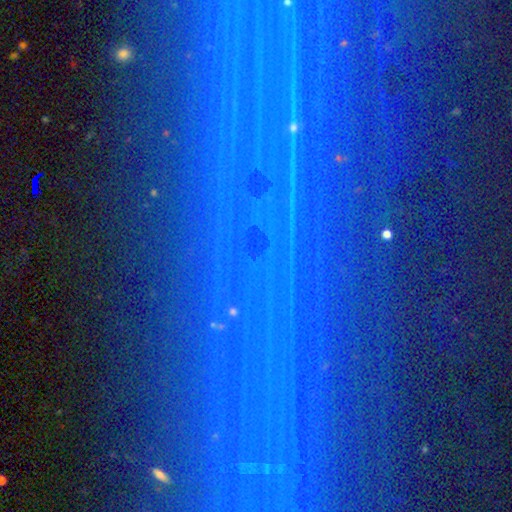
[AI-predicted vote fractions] Morphology: type=star or artifact (77%).